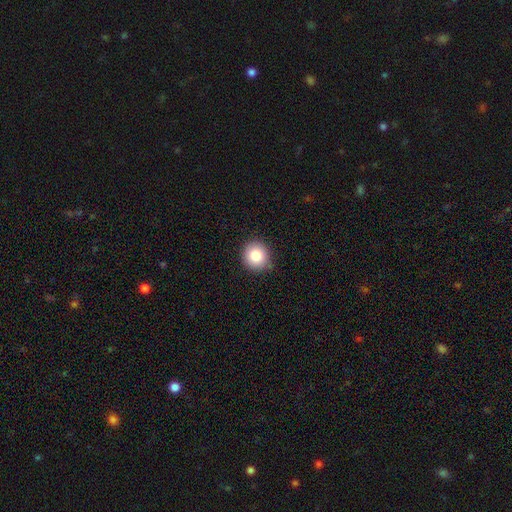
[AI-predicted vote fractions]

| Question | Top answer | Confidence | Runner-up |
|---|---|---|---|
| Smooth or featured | smooth | 85% | star or artifact (9%) |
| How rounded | round | 91% | in between (8%) |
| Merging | none | 85% | minor disturbance (12%) |